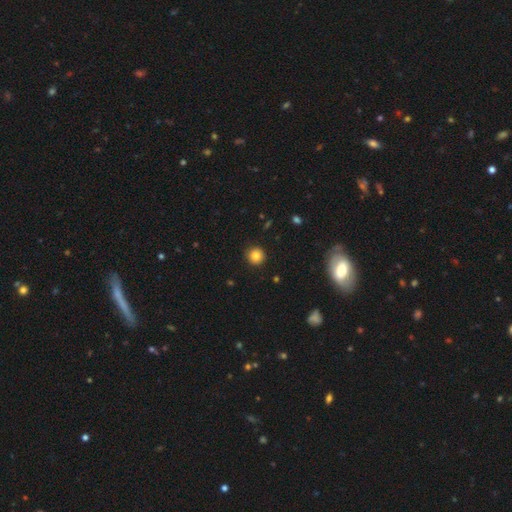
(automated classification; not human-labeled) Smooth or featured?
  - smooth: 83% *
  - star or artifact: 11%
  - featured or disk: 6%
How rounded?
  - round: 95% *
  - in between: 4%
  - cigar-shaped: 1%
Merging?
  - none: 91% *
  - minor disturbance: 6%
  - major disturbance: 2%
  - merger: 1%